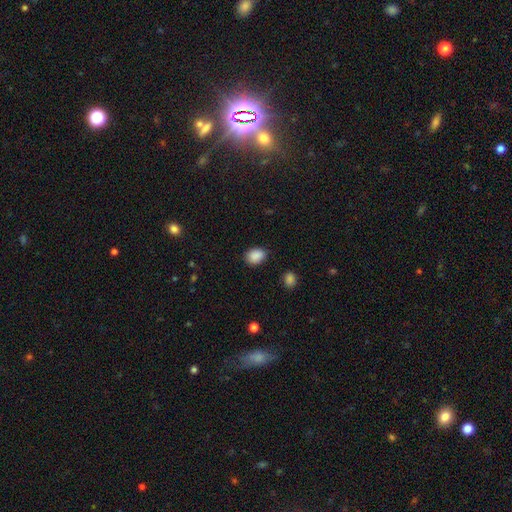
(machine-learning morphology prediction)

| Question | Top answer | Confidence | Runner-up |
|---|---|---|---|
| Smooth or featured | smooth | 89% | star or artifact (8%) |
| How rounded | in between | 73% | round (26%) |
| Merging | none | 82% | minor disturbance (14%) |